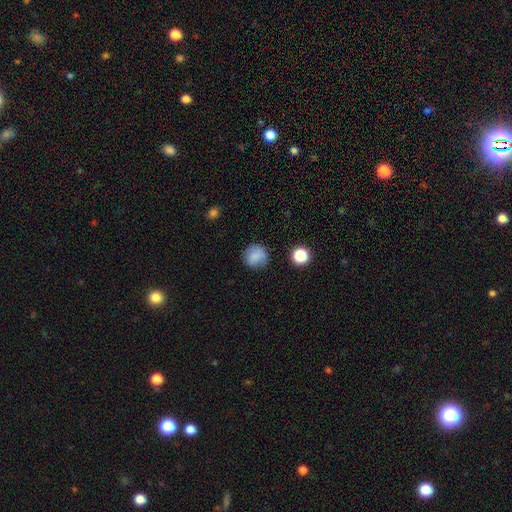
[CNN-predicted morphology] smooth-or-featured: smooth: 81% | star or artifact: 11% | featured or disk: 8%
  how-rounded: round: 87% | in between: 12% | cigar-shaped: 1%
  merging: none: 77% | minor disturbance: 16% | major disturbance: 5% | merger: 2%